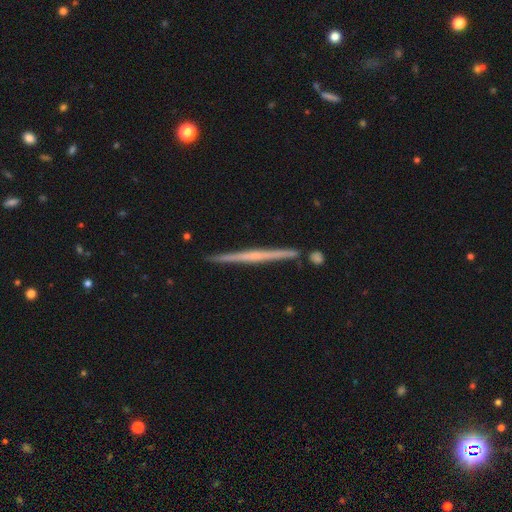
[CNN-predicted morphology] This is likely a featured or disk galaxy (68%). It is clearly viewed edge-on (98%). Edge-on bulge: likely none (69%). Merging: clearly none (88%).